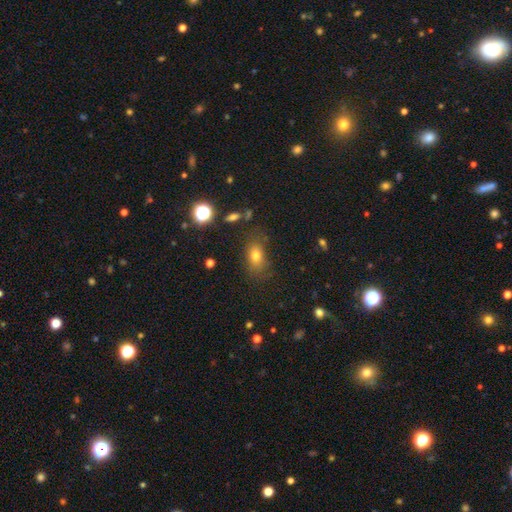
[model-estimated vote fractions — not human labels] Smooth or featured? smooth (73%)
How rounded? in between (76%)
Merging? none (73%)